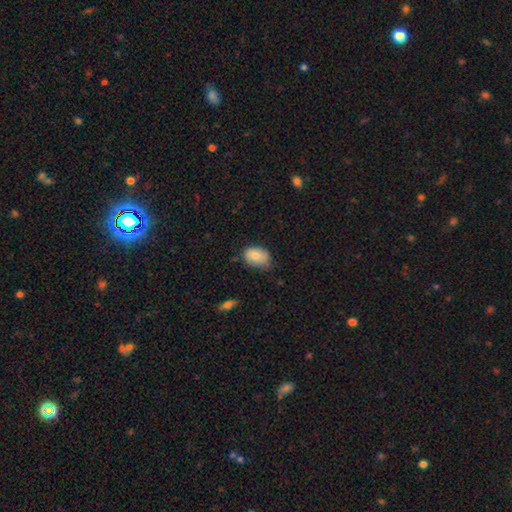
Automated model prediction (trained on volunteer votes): A smooth galaxy with no disk features (79%) that is in between round and cigar-shaped (81%).

Vote fractions:
- Smooth or featured? smooth: 79% / featured or disk: 13% / star or artifact: 8%
- How rounded? in between: 81% / round: 18% / cigar-shaped: 1%
- Merging? none: 53% / minor disturbance: 38% / major disturbance: 7% / merger: 2%